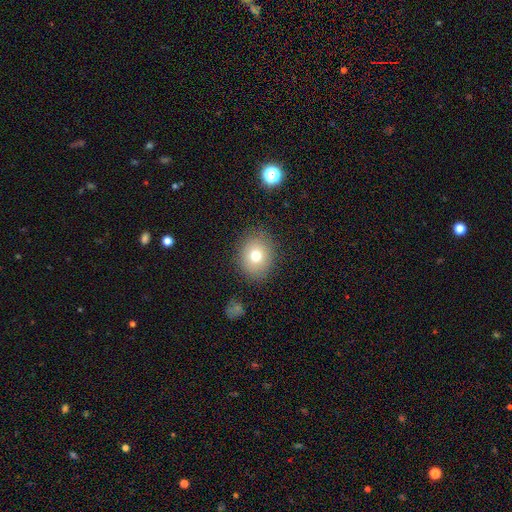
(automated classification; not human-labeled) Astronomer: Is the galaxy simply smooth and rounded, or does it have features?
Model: smooth — 74%.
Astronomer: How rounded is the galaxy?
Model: round — 61% (runner-up: in between, 38%).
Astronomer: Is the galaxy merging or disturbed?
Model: none — 85%.